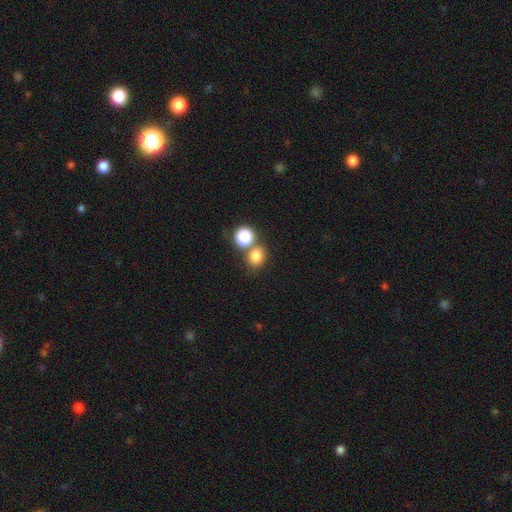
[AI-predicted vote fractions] Smooth or featured?
  - smooth: 80% *
  - star or artifact: 14%
  - featured or disk: 7%
How rounded?
  - round: 69% *
  - in between: 30%
  - cigar-shaped: 1%
Merging?
  - none: 57% *
  - merger: 32%
  - minor disturbance: 8%
  - major disturbance: 3%